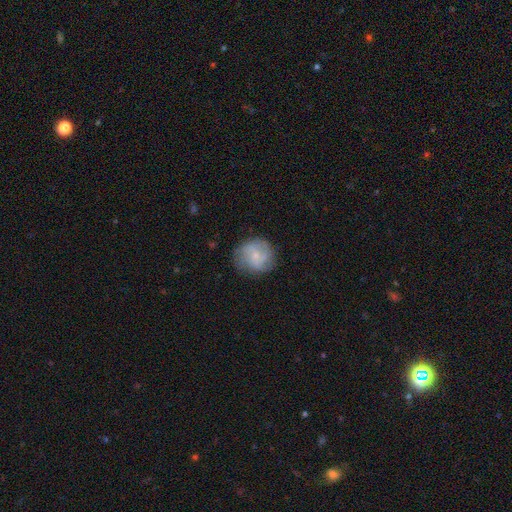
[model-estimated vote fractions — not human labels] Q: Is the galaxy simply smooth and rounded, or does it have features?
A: featured or disk — 49%.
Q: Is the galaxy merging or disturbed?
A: none — 76%.